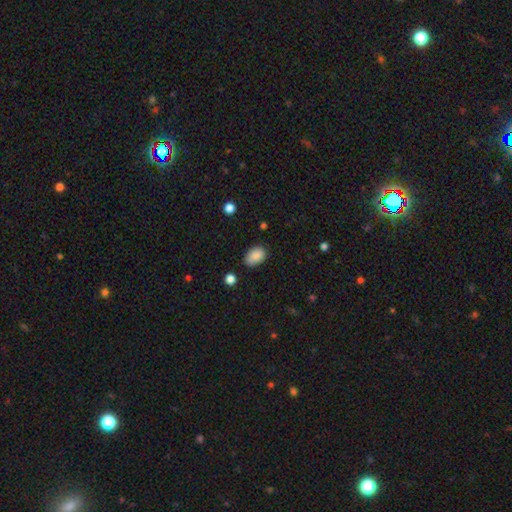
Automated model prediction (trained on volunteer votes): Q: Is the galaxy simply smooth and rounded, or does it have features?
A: smooth — 88%.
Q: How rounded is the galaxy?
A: in between — 88%.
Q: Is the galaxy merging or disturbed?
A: none — 77%.